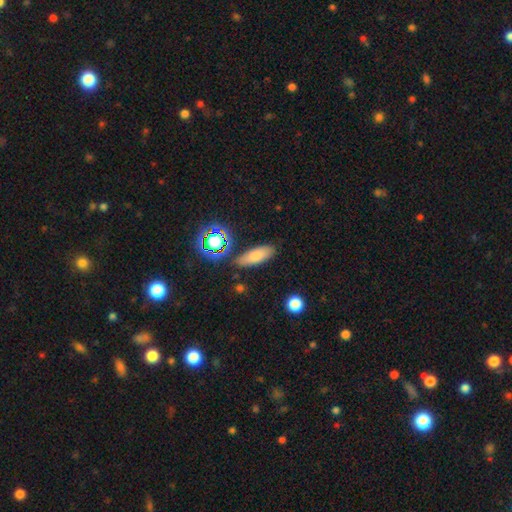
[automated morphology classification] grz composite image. It shows a smooth galaxy with no disk features (75%) that is in between round and cigar-shaped (67%). Merging: none (81%).